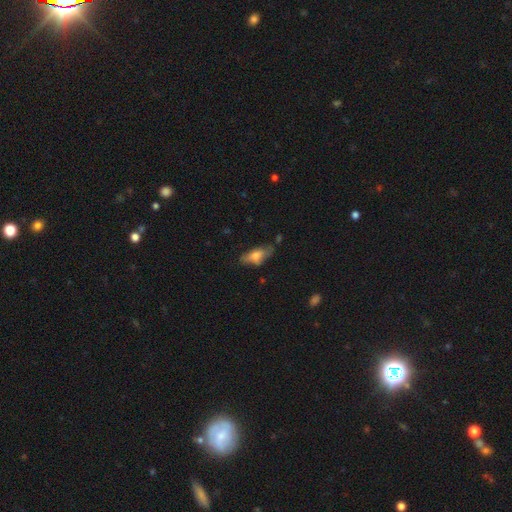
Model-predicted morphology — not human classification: A smooth galaxy with no disk features (63%) that is in between round and cigar-shaped (80%). Merging: none (58%).